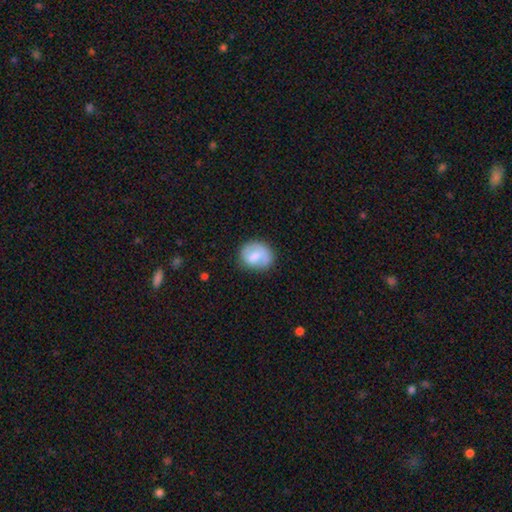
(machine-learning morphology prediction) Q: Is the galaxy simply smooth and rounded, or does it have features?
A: smooth — 63%.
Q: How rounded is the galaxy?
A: round — 61%.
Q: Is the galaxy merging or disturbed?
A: none — 68%.